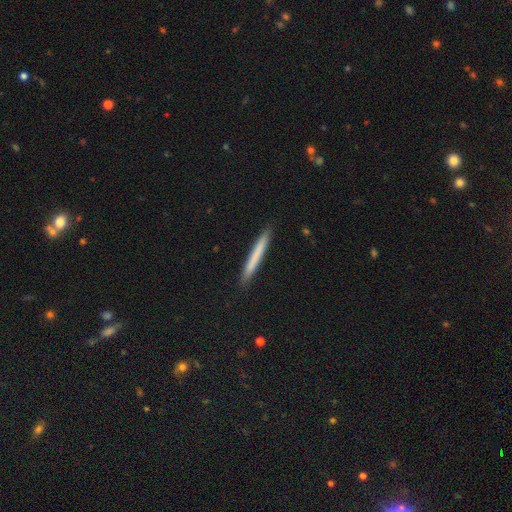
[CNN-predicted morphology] Smooth or featured?
  - smooth: 69% *
  - featured or disk: 25%
  - star or artifact: 6%
How rounded?
  - cigar-shaped: 97% *
  - in between: 2%
  - round: 1%
Merging?
  - none: 91% *
  - minor disturbance: 6%
  - major disturbance: 1%
  - merger: 1%